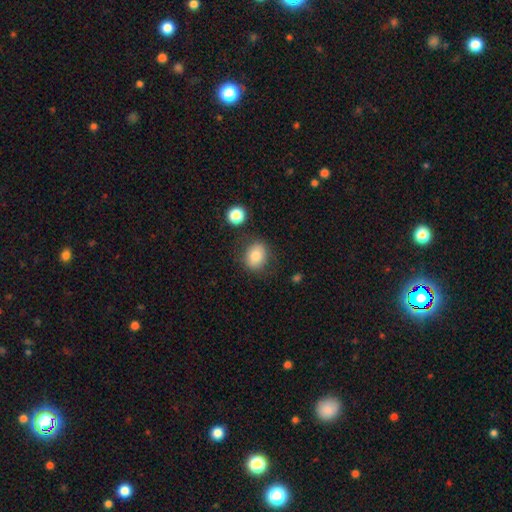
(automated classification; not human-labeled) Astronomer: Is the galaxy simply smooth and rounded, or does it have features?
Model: smooth — 81%.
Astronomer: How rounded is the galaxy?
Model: round — 59% (runner-up: in between, 40%).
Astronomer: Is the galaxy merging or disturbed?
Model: none — 79%.